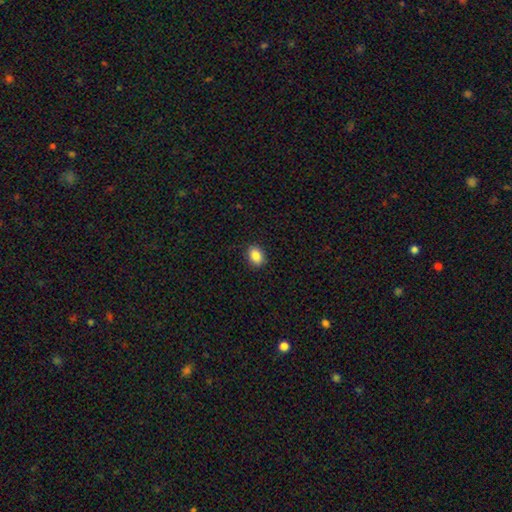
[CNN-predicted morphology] Smooth or featured? smooth (87%)
How rounded? in between (73%)
Merging? none (89%)